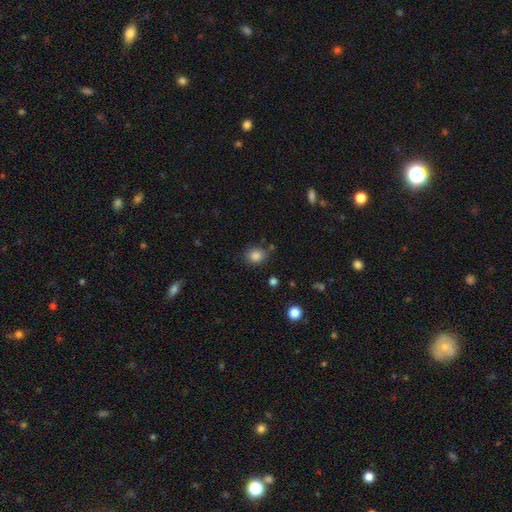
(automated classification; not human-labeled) The model was most divided on "how rounded": round: 70%, in between: 29%, cigar-shaped: 1%. More confident: smooth or featured — smooth (85%); merging — none (80%).